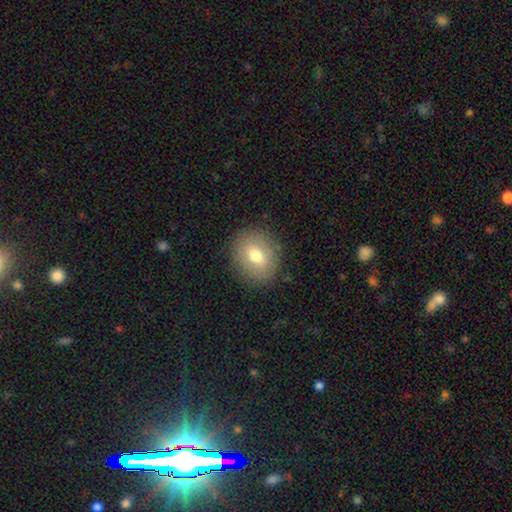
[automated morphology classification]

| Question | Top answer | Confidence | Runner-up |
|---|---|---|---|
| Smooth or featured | smooth | 68% | featured or disk (23%) |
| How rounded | round | 72% | in between (27%) |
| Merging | none | 86% | minor disturbance (10%) |